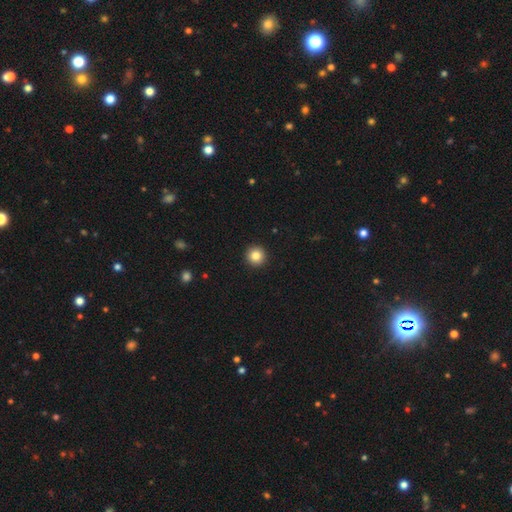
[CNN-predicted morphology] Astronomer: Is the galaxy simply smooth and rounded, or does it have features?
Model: smooth — 84%.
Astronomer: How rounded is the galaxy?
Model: round — 96%.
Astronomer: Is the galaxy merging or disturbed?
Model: none — 94%.